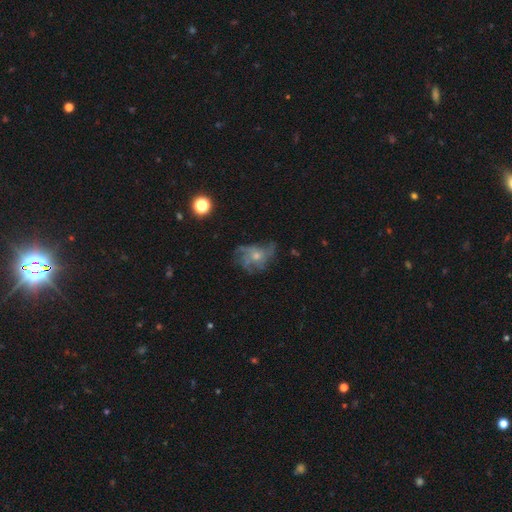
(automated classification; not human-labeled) Smooth or featured? featured or disk (67%)
Edge-on disk? no (97%)
Bar? no (84%)
Spiral arms? yes (77%)
Spiral winding? medium (41%)
Spiral arm count? 4 (29%)
Bulge size? small (51%)
Merging? none (51%)